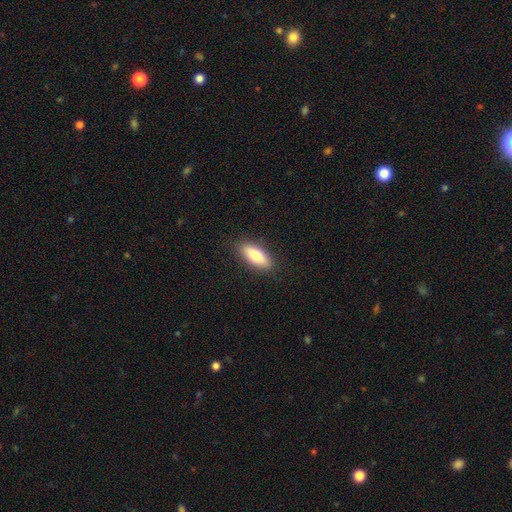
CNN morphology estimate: Q: Smooth or featured?
A: smooth (77%); runner-up: featured or disk (17%)
Q: How rounded?
A: in between (73%); runner-up: cigar-shaped (25%)
Q: Merging?
A: none (87%); runner-up: minor disturbance (10%)